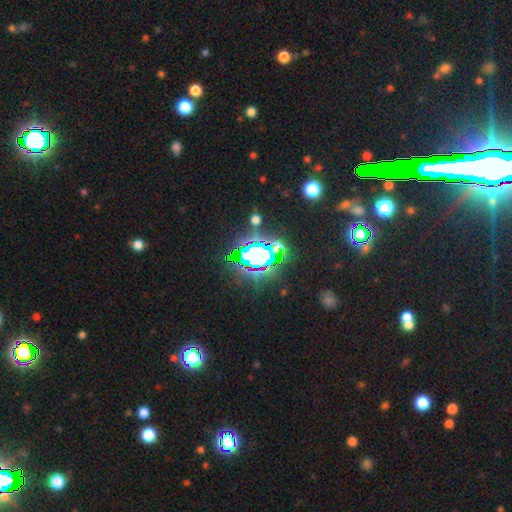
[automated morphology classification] A star or artifact, not a galaxy (65%).

Vote fractions:
- Smooth or featured? star or artifact: 65% / smooth: 19% / featured or disk: 16%